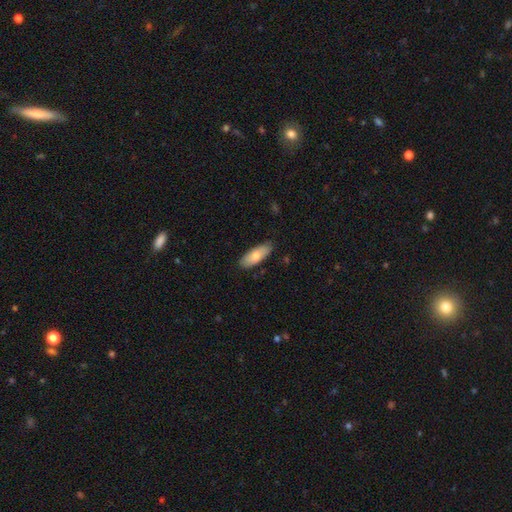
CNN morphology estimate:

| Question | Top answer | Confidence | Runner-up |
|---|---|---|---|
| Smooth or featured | smooth | 78% | featured or disk (16%) |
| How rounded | in between | 74% | cigar-shaped (24%) |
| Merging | none | 83% | minor disturbance (14%) |